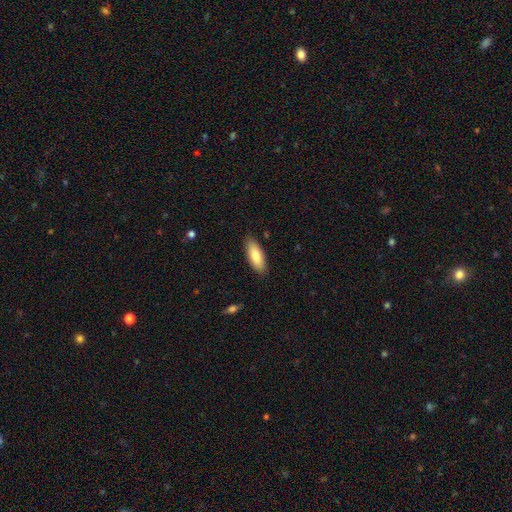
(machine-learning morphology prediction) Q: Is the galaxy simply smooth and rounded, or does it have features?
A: smooth — 80%.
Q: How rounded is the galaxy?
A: in between — 72%.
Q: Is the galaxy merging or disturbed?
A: none — 86%.